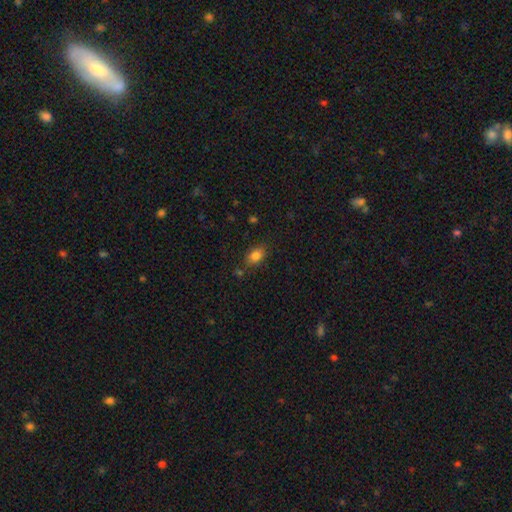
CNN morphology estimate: Overall: smooth (83%). How rounded: in between (82%). Merging: none (76%).